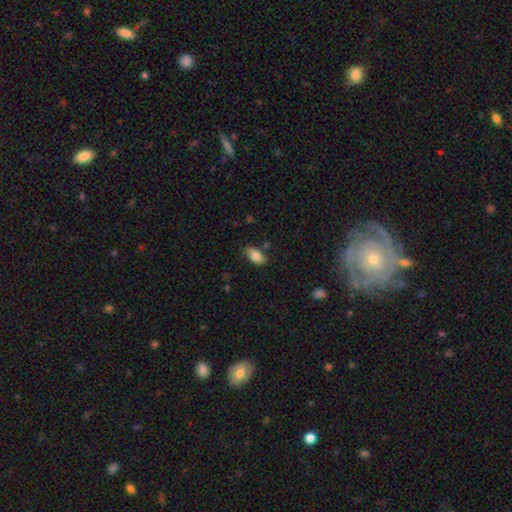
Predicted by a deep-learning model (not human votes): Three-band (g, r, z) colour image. It shows a smooth galaxy with no disk features (81%) that is in between round and cigar-shaped (93%). Merging: none (82%).